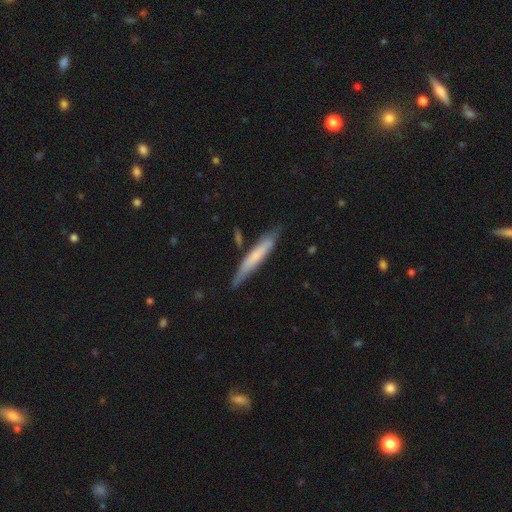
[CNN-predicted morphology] A smooth galaxy with no disk features (58%) that is cigar-shaped (93%). Merging: none (75%).